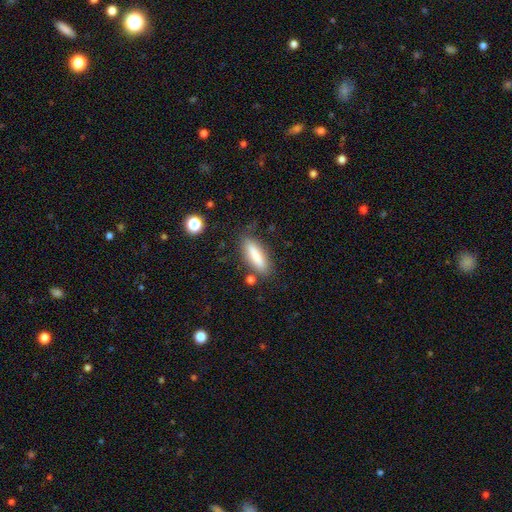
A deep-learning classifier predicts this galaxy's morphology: Smooth or featured? smooth (81%)
How rounded? cigar-shaped (52%)
Merging? none (78%)